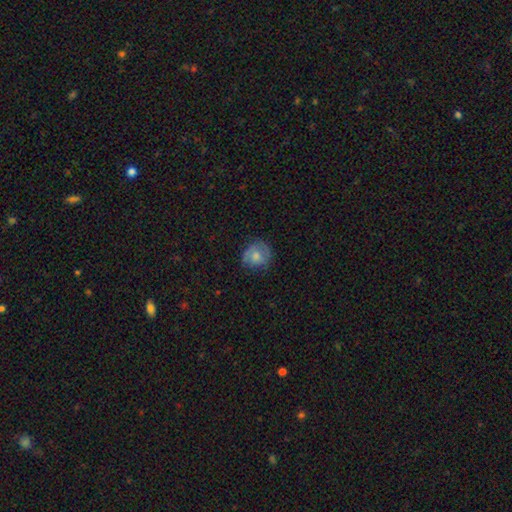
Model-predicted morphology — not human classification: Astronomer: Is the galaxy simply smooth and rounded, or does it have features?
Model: smooth — 65%.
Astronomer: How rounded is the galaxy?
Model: round — 81%.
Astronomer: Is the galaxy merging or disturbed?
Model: none — 69%.